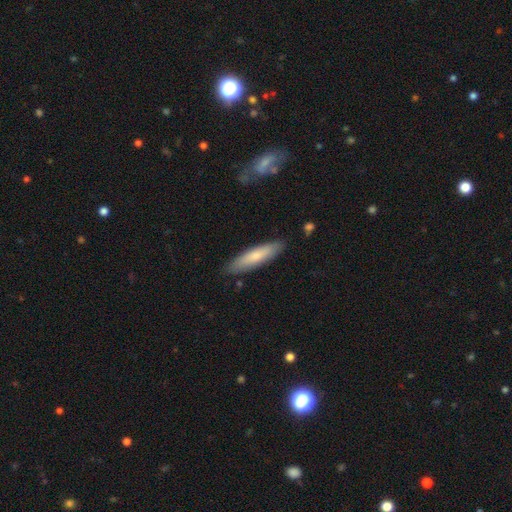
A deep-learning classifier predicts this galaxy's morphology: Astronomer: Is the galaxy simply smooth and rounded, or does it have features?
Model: smooth — 72%.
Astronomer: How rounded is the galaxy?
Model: cigar-shaped — 76%.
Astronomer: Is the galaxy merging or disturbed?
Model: none — 86%.